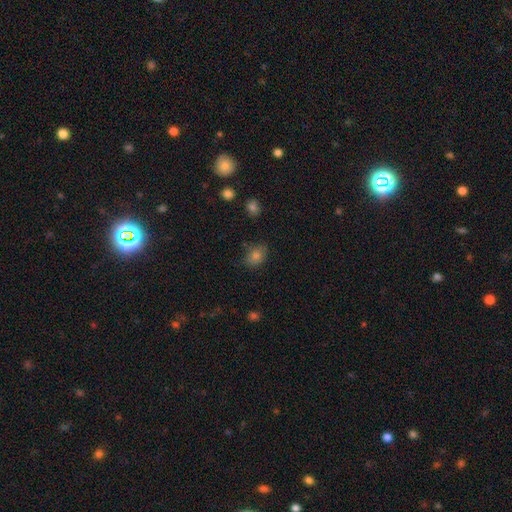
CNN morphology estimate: Overall: smooth (76%). How rounded: in between (52%; round 47%). Merging: none (76%).